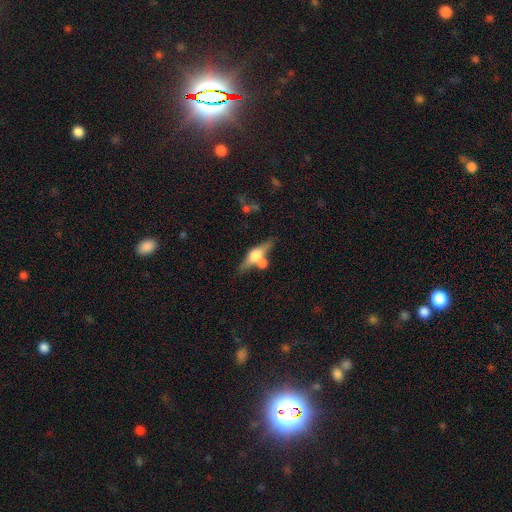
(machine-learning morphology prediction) This is likely a featured or disk galaxy (65%). It is clearly viewed edge-on (92%). Edge-on bulge: clearly rounded (93%). Merging: likely none (60%).